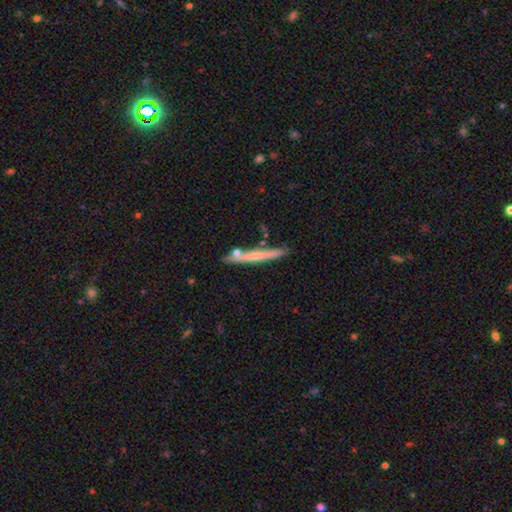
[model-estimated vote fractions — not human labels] Smooth or featured?
  - smooth: 51% *
  - featured or disk: 43%
  - star or artifact: 6%
How rounded?
  - cigar-shaped: 96% *
  - in between: 3%
  - round: 2%
Merging?
  - none: 79% *
  - minor disturbance: 12%
  - merger: 6%
  - major disturbance: 2%